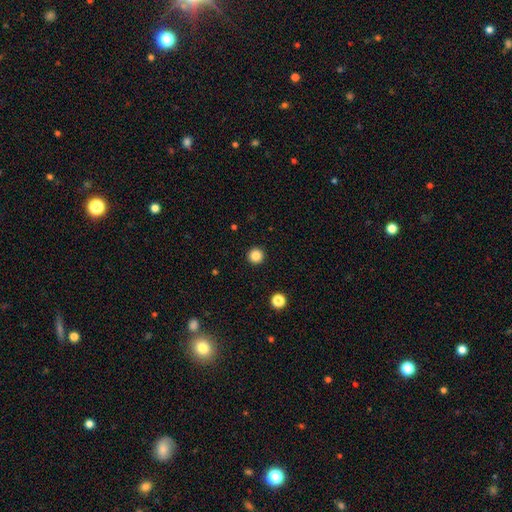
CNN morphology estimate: A smooth galaxy with no disk features (85%) that is round (97%).

Vote fractions:
- Smooth or featured? smooth: 85% / star or artifact: 11% / featured or disk: 4%
- How rounded? round: 97% / in between: 3% / cigar-shaped: 1%
- Merging? none: 94% / minor disturbance: 4% / major disturbance: 1% / merger: 1%